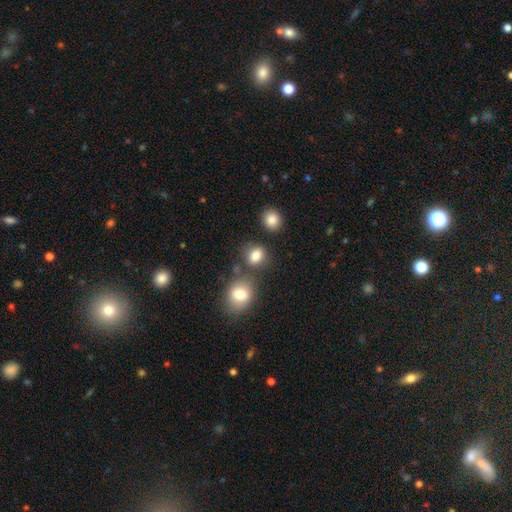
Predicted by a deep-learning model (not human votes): The model was most divided on "how rounded": round: 58%, in between: 41%, cigar-shaped: 1%. More confident: smooth or featured — smooth (83%); merging — none (67%).